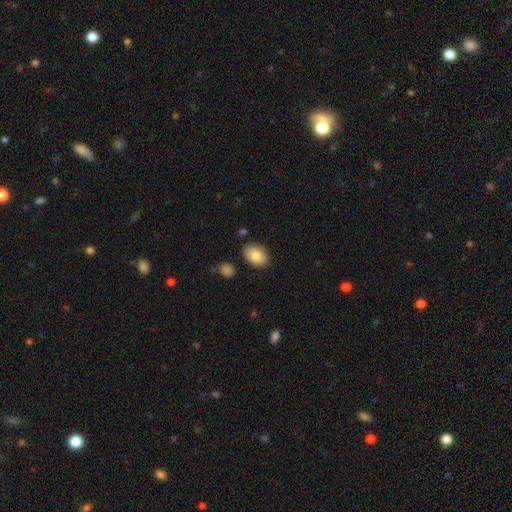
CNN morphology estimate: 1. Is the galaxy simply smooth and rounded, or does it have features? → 84% smooth, 10% featured or disk, 7% star or artifact.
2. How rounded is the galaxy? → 84% in between, 15% round, 1% cigar-shaped.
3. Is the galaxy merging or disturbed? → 84% none, 12% minor disturbance, 3% major disturbance, 2% merger.